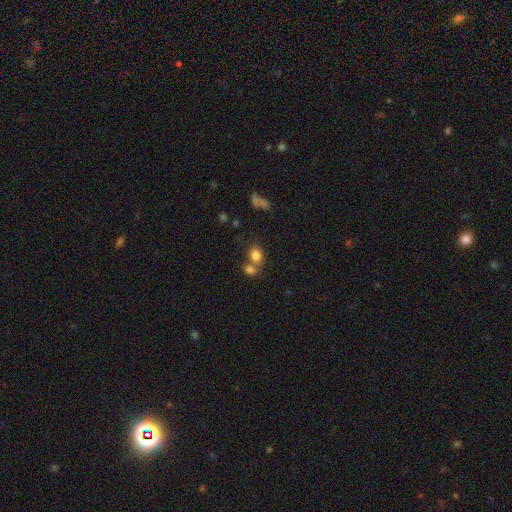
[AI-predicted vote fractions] smooth-or-featured: smooth: 81% | star or artifact: 11% | featured or disk: 8%
  how-rounded: in between: 57% | round: 42% | cigar-shaped: 1%
  merging: none: 45% | merger: 40% | minor disturbance: 10% | major disturbance: 5%